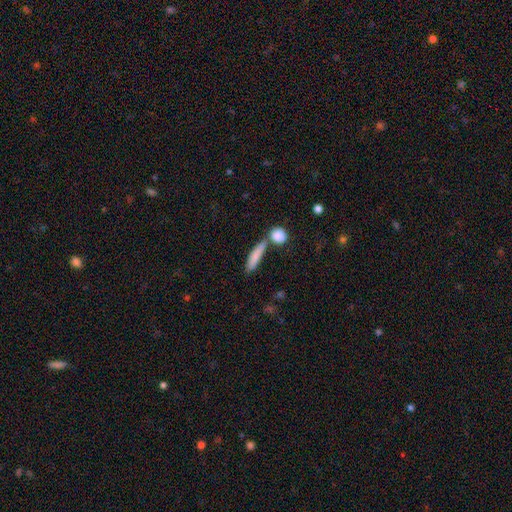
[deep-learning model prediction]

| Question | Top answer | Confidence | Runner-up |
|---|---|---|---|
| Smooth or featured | smooth | 81% | featured or disk (13%) |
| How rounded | cigar-shaped | 74% | in between (22%) |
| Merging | none | 60% | merger (23%) |